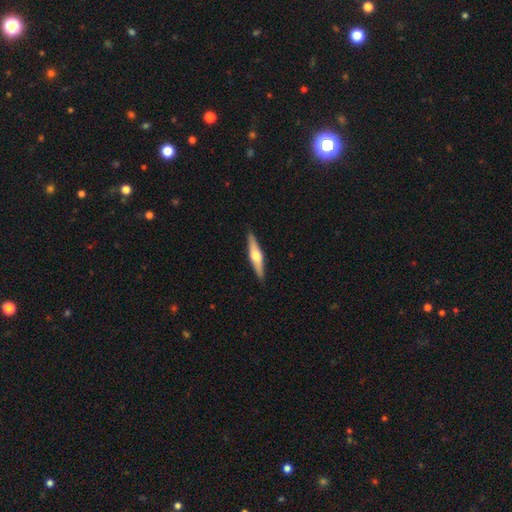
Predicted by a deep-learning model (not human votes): A featured or disk galaxy (60%) viewed edge-on (96%) with a rounded central bulge (91%). Merging: none (90%).